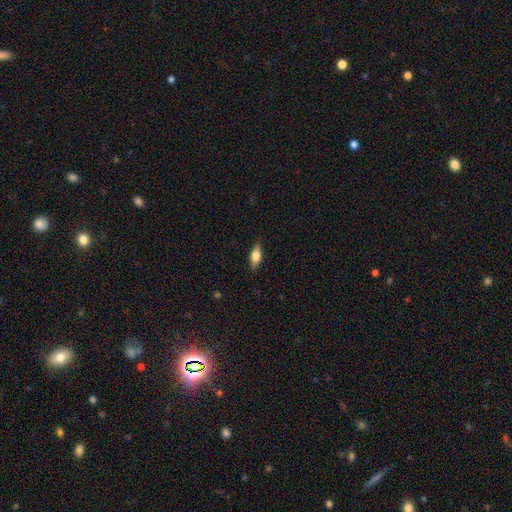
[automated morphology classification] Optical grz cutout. It shows a smooth galaxy with no disk features (63%) that is in between round and cigar-shaped (67%). Merging: none (86%).